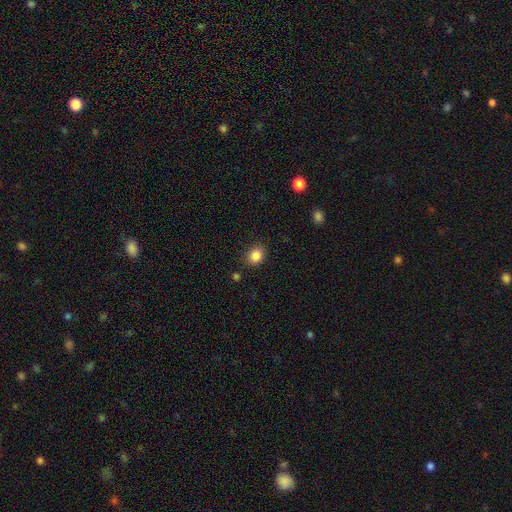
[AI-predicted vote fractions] Smooth or featured? smooth (86%)
How rounded? round (50%)
Merging? none (83%)